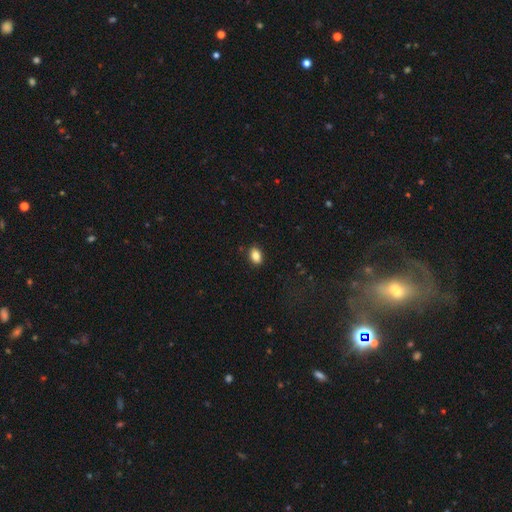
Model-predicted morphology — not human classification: smooth-or-featured: smooth: 86% | star or artifact: 9% | featured or disk: 5%
  how-rounded: in between: 85% | round: 13% | cigar-shaped: 2%
  merging: none: 87% | minor disturbance: 9% | major disturbance: 2% | merger: 1%